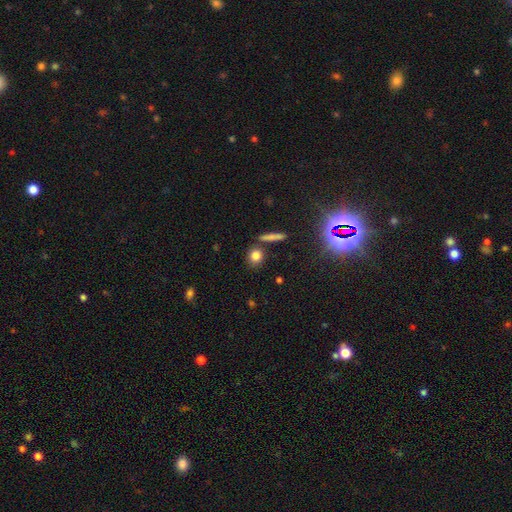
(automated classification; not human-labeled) smooth-or-featured: smooth: 80% | star or artifact: 12% | featured or disk: 8%
  how-rounded: round: 75% | in between: 19% | cigar-shaped: 6%
  merging: none: 78% | merger: 10% | minor disturbance: 9% | major disturbance: 3%